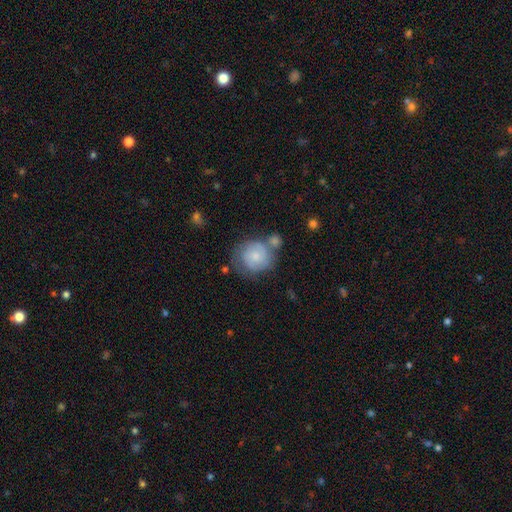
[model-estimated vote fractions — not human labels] Overall: smooth (55%; featured or disk 37%). How rounded: round (86%). Merging: none (50%; minor disturbance 21%).